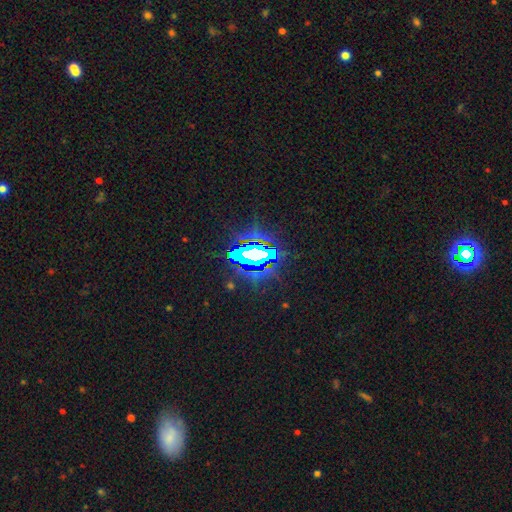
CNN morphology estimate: Smooth or featured?
  - star or artifact: 71% *
  - featured or disk: 16%
  - smooth: 14%